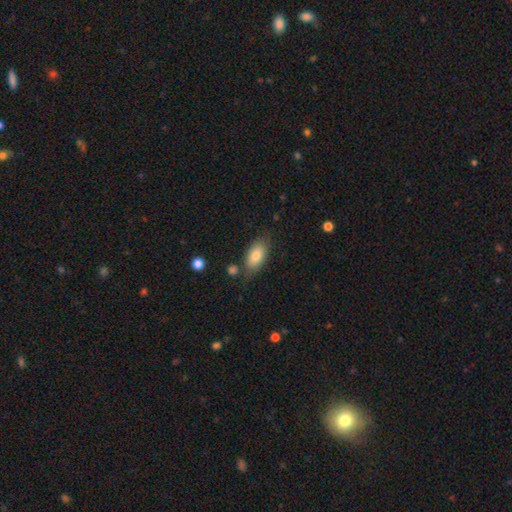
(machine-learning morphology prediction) smooth_or_featured: smooth (p=0.81) [alt: featured or disk p=0.12]
how_rounded: in between (p=0.91) [alt: cigar-shaped p=0.06]
merging: none (p=0.72) [alt: minor disturbance p=0.18]